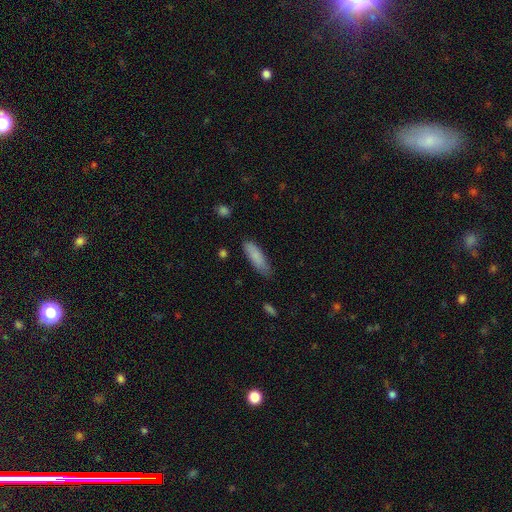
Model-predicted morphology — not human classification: Smooth or featured? smooth (85%)
How rounded? cigar-shaped (57%)
Merging? none (73%)